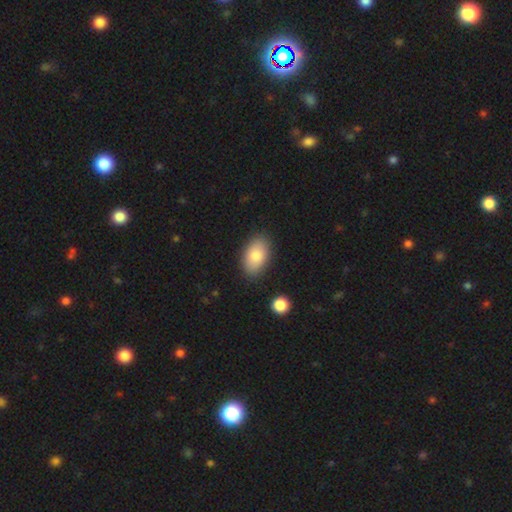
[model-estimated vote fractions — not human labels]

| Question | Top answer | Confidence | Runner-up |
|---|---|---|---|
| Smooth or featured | smooth | 82% | featured or disk (11%) |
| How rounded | in between | 93% | round (6%) |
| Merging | none | 85% | minor disturbance (10%) |